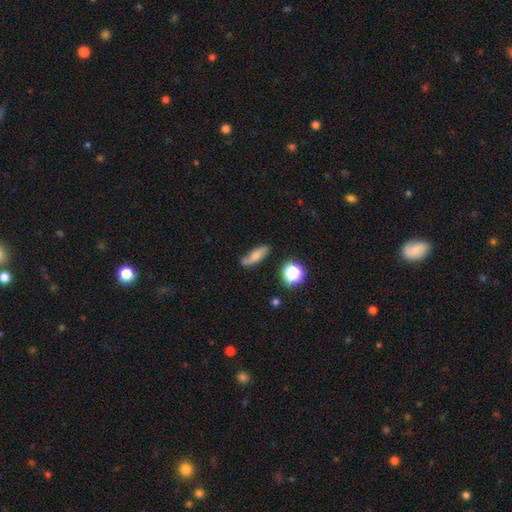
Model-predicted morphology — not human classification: A smooth galaxy with no disk features (62%) that is in between round and cigar-shaped (48%).

Vote fractions:
- Smooth or featured? smooth: 62% / featured or disk: 26% / star or artifact: 11%
- How rounded? in between: 48% / cigar-shaped: 43% / round: 9%
- Merging? none: 61% / minor disturbance: 25% / major disturbance: 8% / merger: 6%